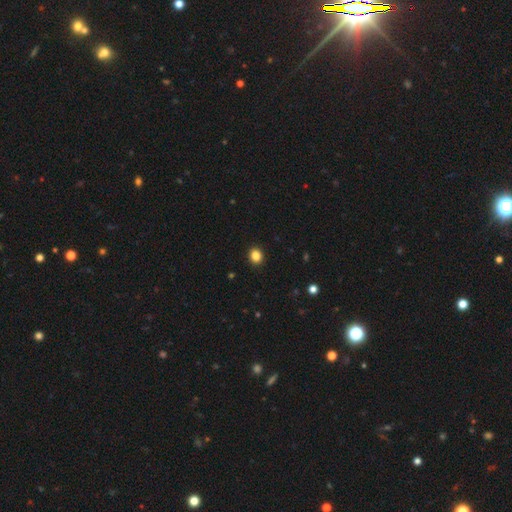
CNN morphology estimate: Smooth or featured?
  - smooth: 86% *
  - star or artifact: 11%
  - featured or disk: 3%
How rounded?
  - round: 70% *
  - in between: 29%
  - cigar-shaped: 1%
Merging?
  - none: 92% *
  - minor disturbance: 5%
  - major disturbance: 2%
  - merger: 1%